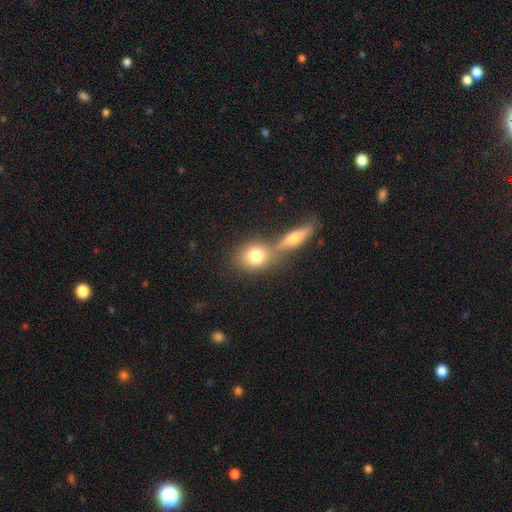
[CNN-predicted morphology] smooth 77%, featured or disk 15%, star or artifact 8%. Down the decision tree: how rounded — round (48%, tied with in between); merging — none (44%).